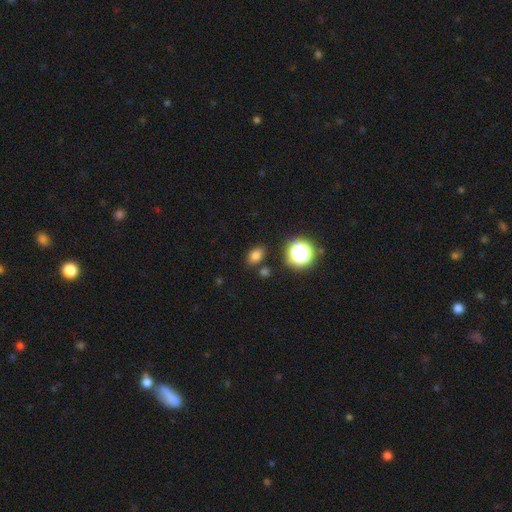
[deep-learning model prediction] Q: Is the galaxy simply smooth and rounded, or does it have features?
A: smooth — 76%.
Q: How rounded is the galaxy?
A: in between — 73%.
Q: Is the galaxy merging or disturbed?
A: none — 81%.